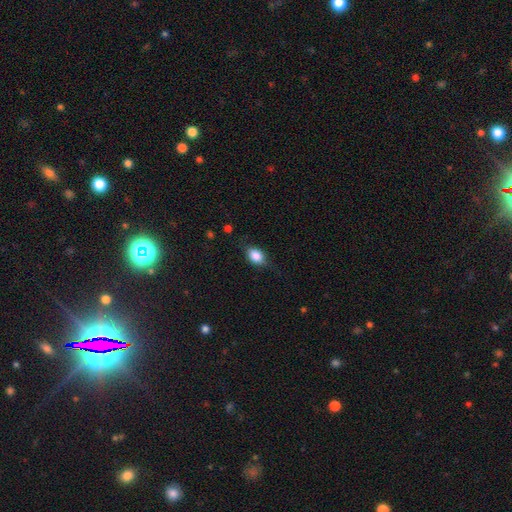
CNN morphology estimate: Overall: smooth (83%). How rounded: in between (78%). Merging: none (74%).